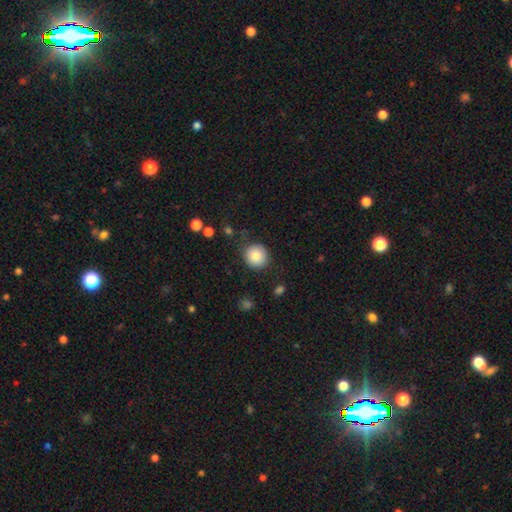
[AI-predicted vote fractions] Smooth or featured? smooth (84%)
How rounded? round (90%)
Merging? none (85%)